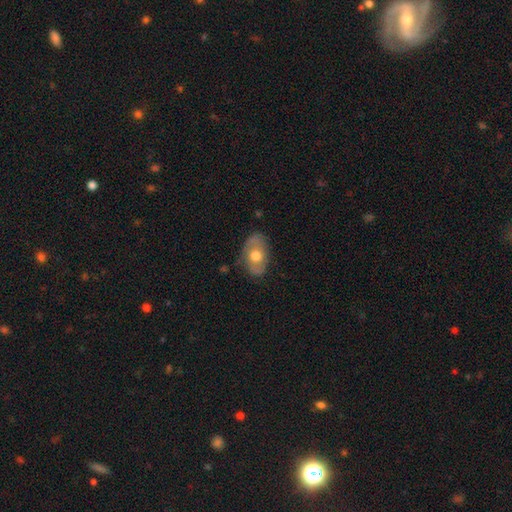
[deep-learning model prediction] Smooth or featured?
  - smooth: 48% *
  - featured or disk: 45%
  - star or artifact: 7%
Merging?
  - none: 73% *
  - minor disturbance: 21%
  - major disturbance: 5%
  - merger: 1%